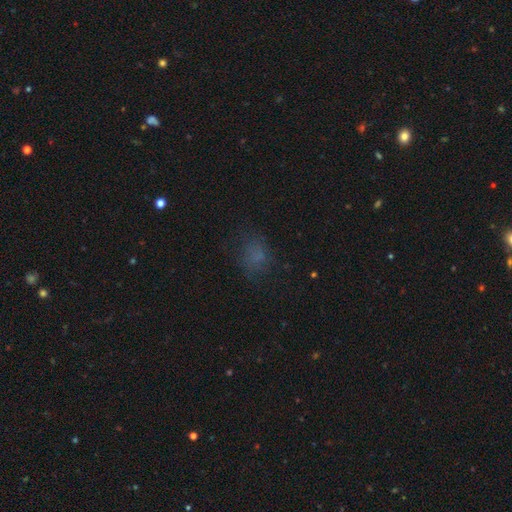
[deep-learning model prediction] smooth 67%, star or artifact 22%, featured or disk 11%. Down the decision tree: how rounded — in between (50%); merging — none (69%).